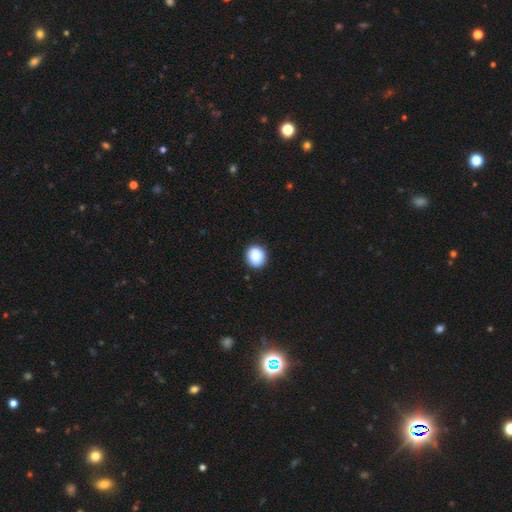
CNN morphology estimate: Smooth or featured? Predicted: smooth (p=0.89). How rounded? Predicted: round (p=0.76). Merging? Predicted: none (p=0.89).